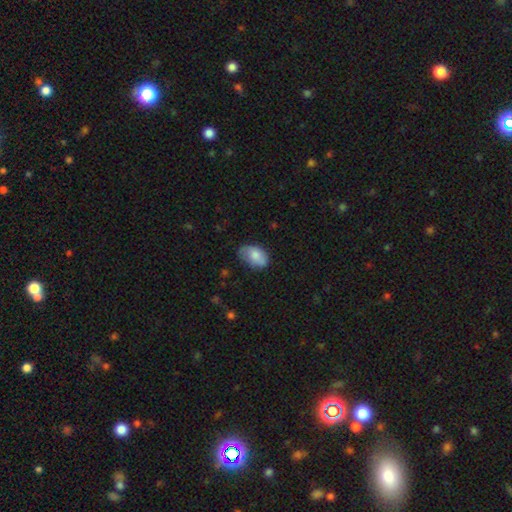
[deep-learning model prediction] Q: Smooth or featured?
A: smooth (78%); runner-up: featured or disk (16%)
Q: How rounded?
A: in between (91%); runner-up: round (8%)
Q: Merging?
A: none (61%); runner-up: minor disturbance (31%)